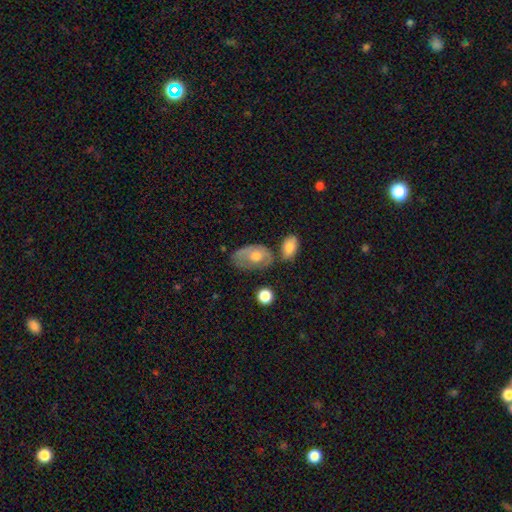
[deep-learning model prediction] Overall: smooth (53%; featured or disk 40%). How rounded: in between (86%). Merging: none (40%; minor disturbance 29%).